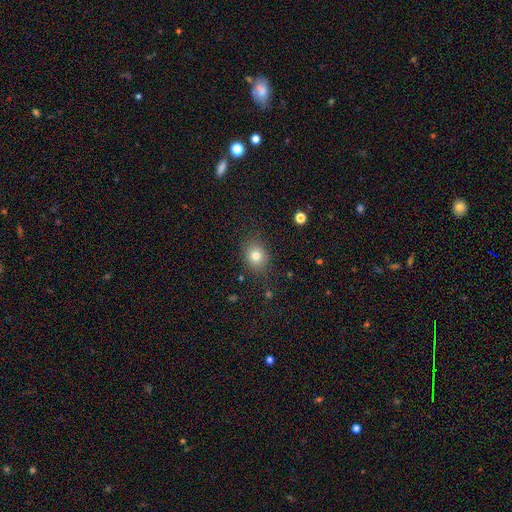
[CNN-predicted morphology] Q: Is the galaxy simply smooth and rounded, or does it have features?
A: smooth — 79%.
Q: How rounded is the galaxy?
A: round — 59%.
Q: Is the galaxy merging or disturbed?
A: none — 84%.